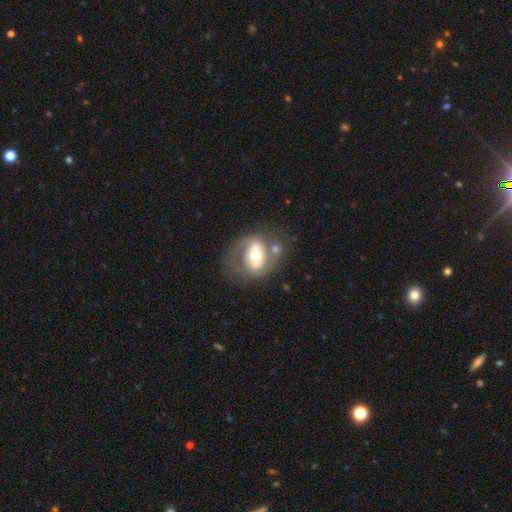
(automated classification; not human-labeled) Smooth or featured?
  - featured or disk: 64% *
  - smooth: 29%
  - star or artifact: 7%
Edge-on disk?
  - no: 95% *
  - yes: 5%
Bar?
  - no: 36% *
  - strong: 32%
  - weak: 31%
Spiral arms?
  - yes: 51% *
  - no: 49%
Bulge size?
  - moderate: 69% *
  - large: 15%
  - small: 14%
  - dominant: 2%
  - none: 1%
Merging?
  - none: 51% *
  - minor disturbance: 18%
  - major disturbance: 15%
  - merger: 15%